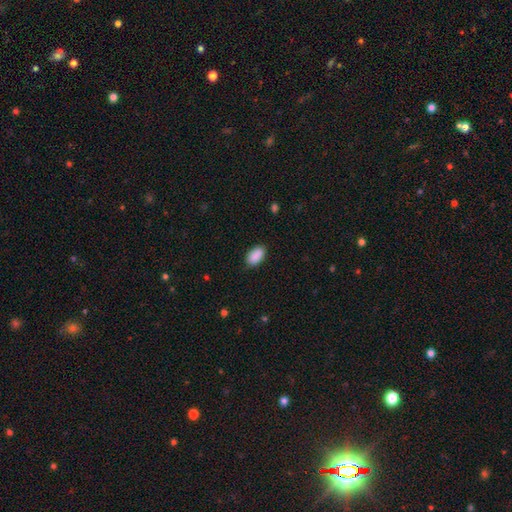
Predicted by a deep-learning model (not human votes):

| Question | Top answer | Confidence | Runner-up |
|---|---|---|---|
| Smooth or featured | smooth | 91% | star or artifact (7%) |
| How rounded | in between | 94% | round (4%) |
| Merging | none | 86% | minor disturbance (11%) |